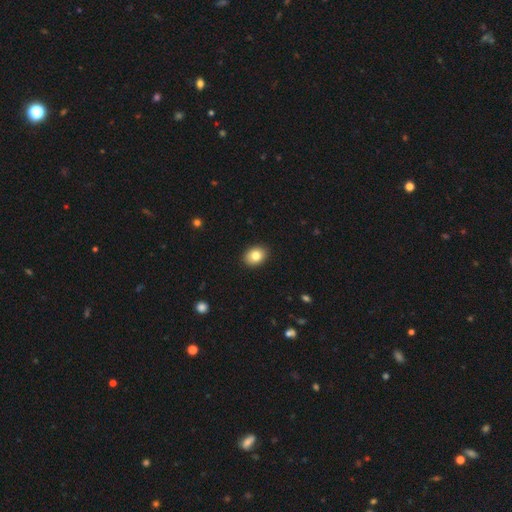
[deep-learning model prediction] This is clearly a smooth galaxy (82%). How rounded: possibly in between (59%). Merging: clearly none (91%).